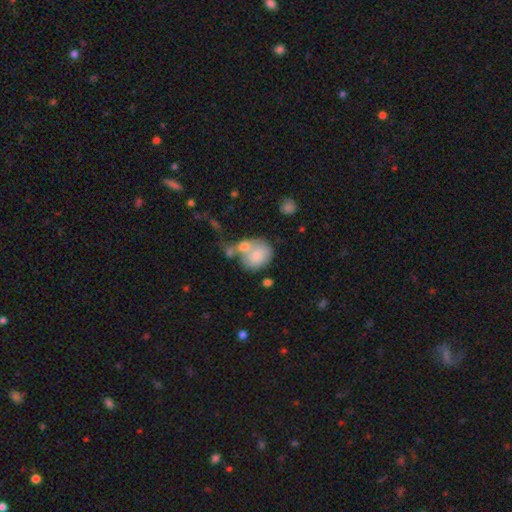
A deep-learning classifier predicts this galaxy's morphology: Smooth or featured? smooth (73%)
How rounded? round (57%)
Merging? merger (45%)